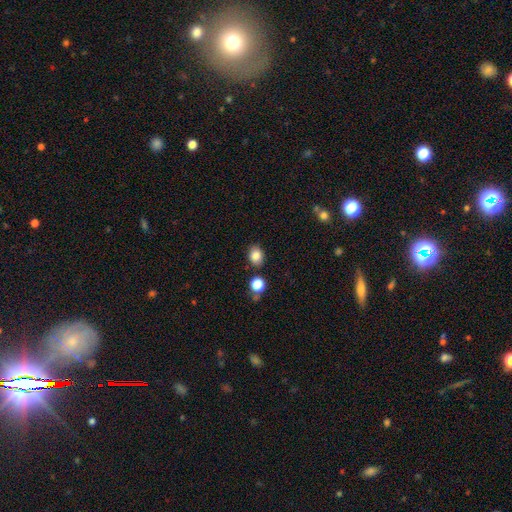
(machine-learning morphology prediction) Smooth or featured?
  - smooth: 84% *
  - star or artifact: 10%
  - featured or disk: 6%
How rounded?
  - in between: 60% *
  - round: 39%
  - cigar-shaped: 1%
Merging?
  - none: 81% *
  - minor disturbance: 11%
  - merger: 5%
  - major disturbance: 3%